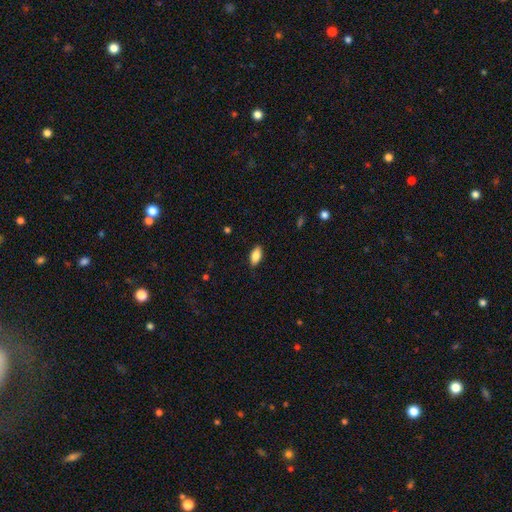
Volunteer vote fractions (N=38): Smooth or featured: smooth — 89% (star or artifact — 8%)
How rounded: in between — 94% (cigar-shaped — 6%)
Merging: none — 91% (minor disturbance — 6%)